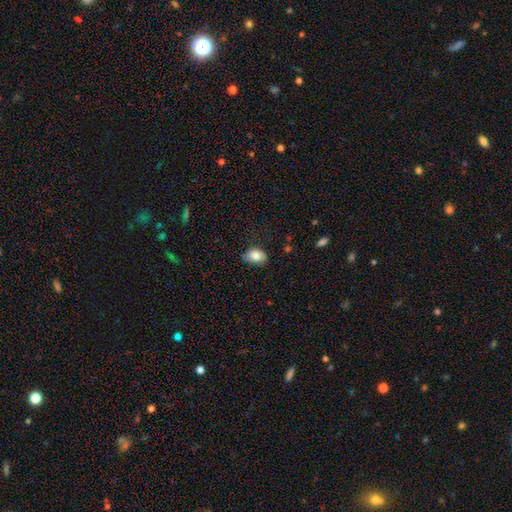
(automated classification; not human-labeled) smooth-or-featured: smooth: 85% | star or artifact: 8% | featured or disk: 7%
  how-rounded: in between: 82% | round: 17% | cigar-shaped: 1%
  merging: none: 60% | minor disturbance: 32% | major disturbance: 7% | merger: 2%